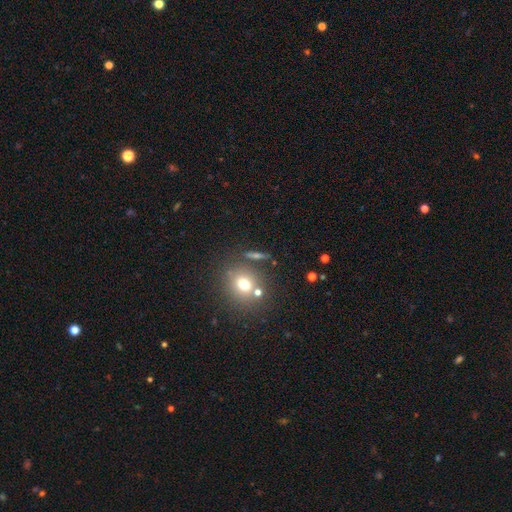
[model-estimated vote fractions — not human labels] Overall: smooth (55%; star or artifact 25%). How rounded: round (60%; in between 27%). Merging: none (72%).